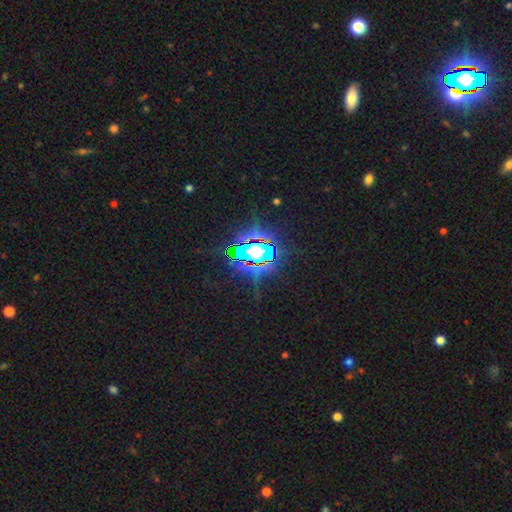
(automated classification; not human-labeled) This is clearly a star or artifact rather than a galaxy (82%).